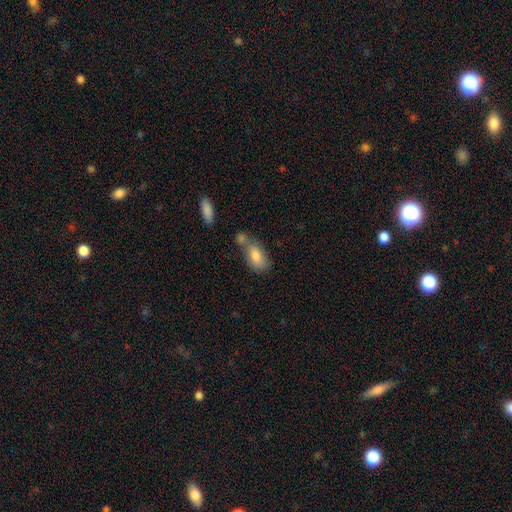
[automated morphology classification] A smooth galaxy with no disk features (79%) that is in between round and cigar-shaped (88%). Merging: none (42%).